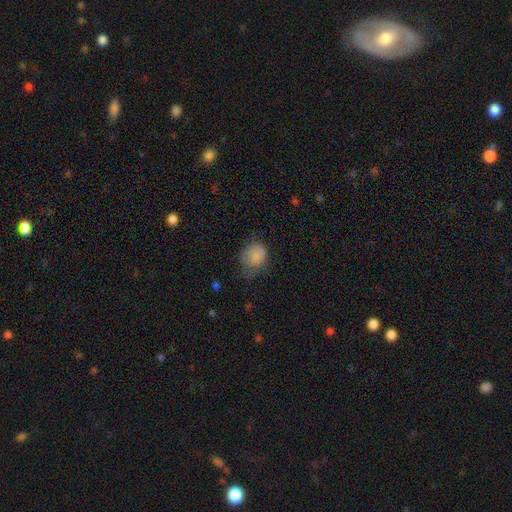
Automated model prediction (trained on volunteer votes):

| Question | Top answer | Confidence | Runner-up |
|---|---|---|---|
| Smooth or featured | smooth | 81% | star or artifact (10%) |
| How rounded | round | 57% | in between (42%) |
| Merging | none | 48% | minor disturbance (33%) |